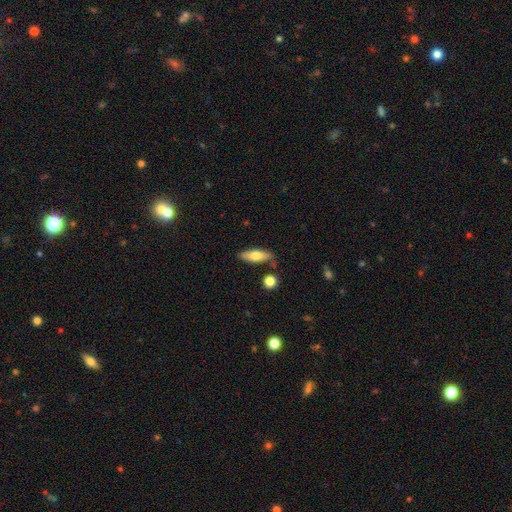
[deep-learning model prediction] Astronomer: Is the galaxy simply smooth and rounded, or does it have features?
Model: smooth — 68%.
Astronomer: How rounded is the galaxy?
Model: in between — 52% (runner-up: cigar-shaped, 45%).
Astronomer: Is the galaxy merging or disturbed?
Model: none — 79%.